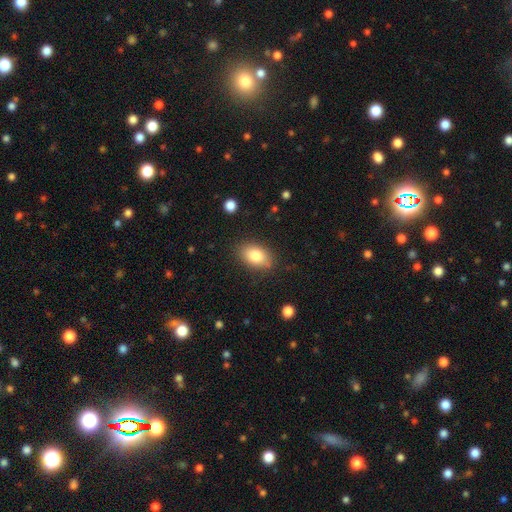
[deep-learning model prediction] Overall: smooth (81%). How rounded: in between (88%). Merging: none (81%).